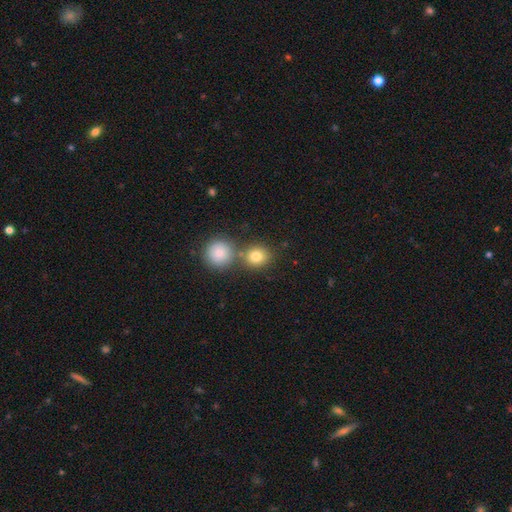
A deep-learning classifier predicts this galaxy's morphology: Smooth or featured? Predicted: smooth (p=0.79). How rounded? Predicted: round (p=0.82). Merging? Predicted: none (p=0.62).